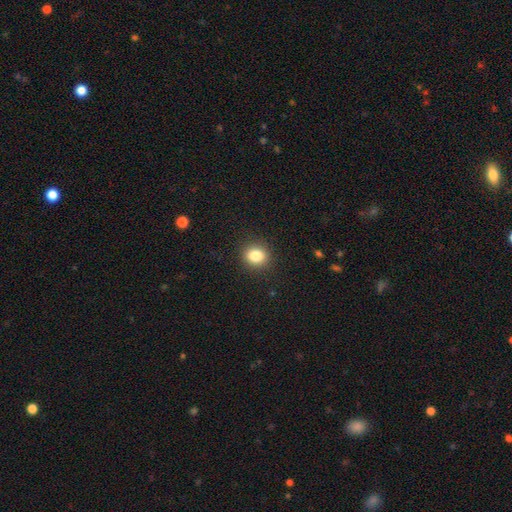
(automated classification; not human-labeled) smooth 84%, star or artifact 10%, featured or disk 6%. Down the decision tree: how rounded — round (67%); merging — none (90%).